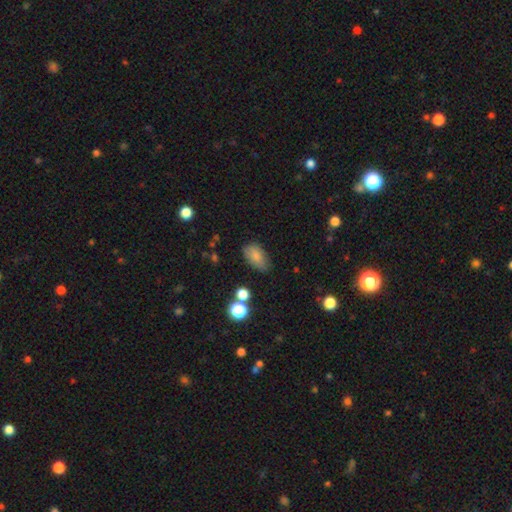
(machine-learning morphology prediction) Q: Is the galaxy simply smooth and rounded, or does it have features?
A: smooth — 80%.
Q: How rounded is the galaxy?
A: in between — 90%.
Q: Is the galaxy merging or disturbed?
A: none — 71%.